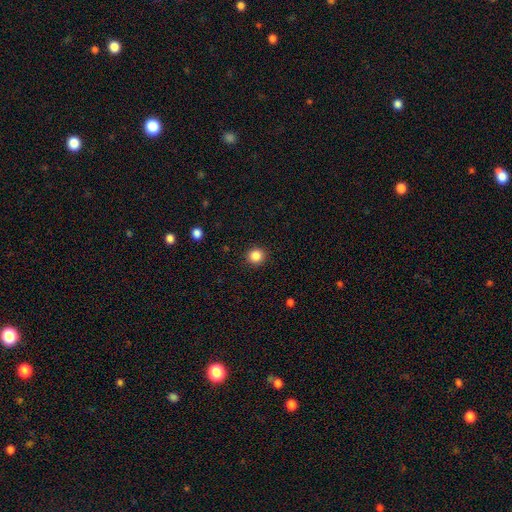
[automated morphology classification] Overall: smooth (87%). How rounded: round (92%). Merging: none (92%).